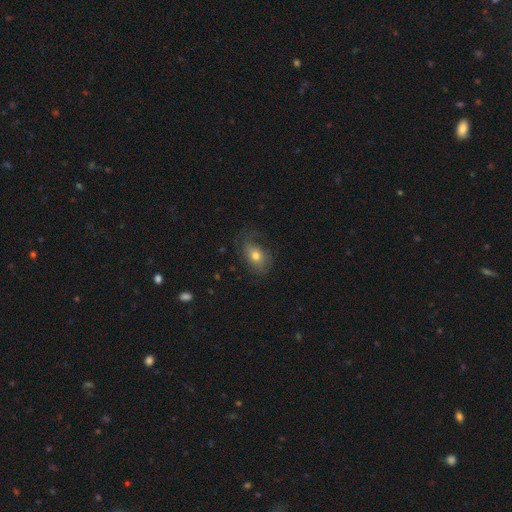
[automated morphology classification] Smooth or featured: smooth — 68% (featured or disk — 23%)
How rounded: in between — 73% (round — 25%)
Merging: none — 53% (minor disturbance — 26%)